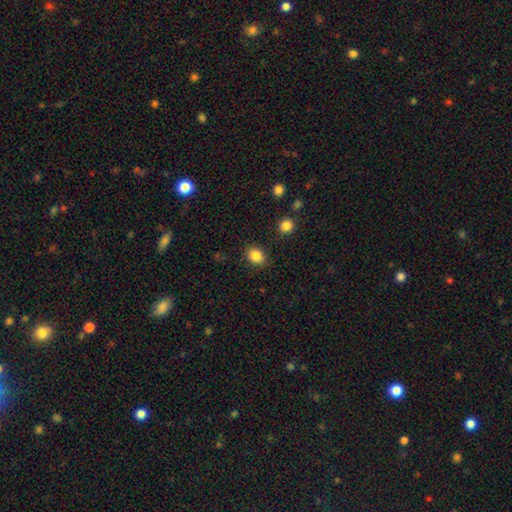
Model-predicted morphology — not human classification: smooth-or-featured: smooth: 86% | star or artifact: 10% | featured or disk: 5%
  how-rounded: in between: 50% (tied) | round: 50% (tied) | cigar-shaped: 1%
  merging: none: 86% | minor disturbance: 10% | major disturbance: 3% | merger: 2%